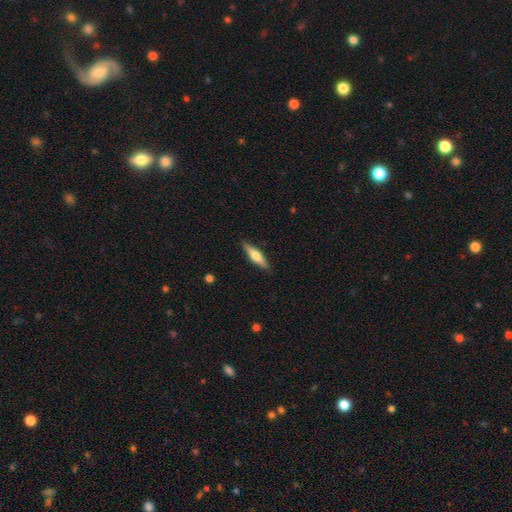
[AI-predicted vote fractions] A featured or disk galaxy (50%) viewed edge-on (95%). Merging: none (89%).